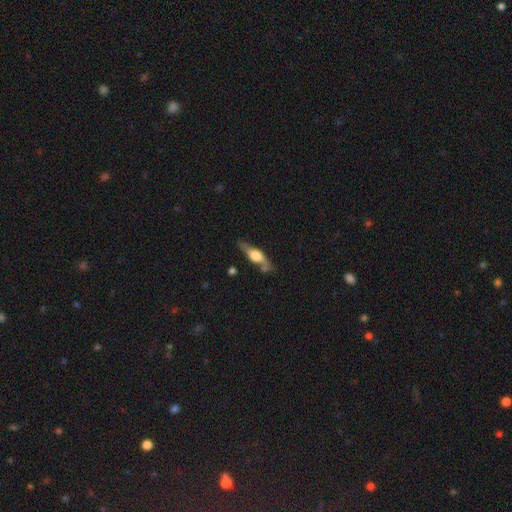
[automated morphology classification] smooth_or_featured: featured or disk (p=0.59) [alt: smooth p=0.35]
disk_edge_on: yes (p=0.83) [alt: no p=0.17]
merging: none (p=0.69) [alt: minor disturbance p=0.20]